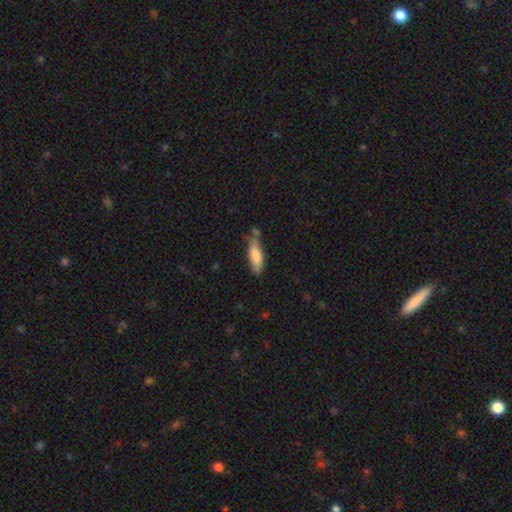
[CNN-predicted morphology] Smooth or featured: smooth — 82% (featured or disk — 12%)
How rounded: in between — 58% (cigar-shaped — 40%)
Merging: none — 56% (minor disturbance — 28%)